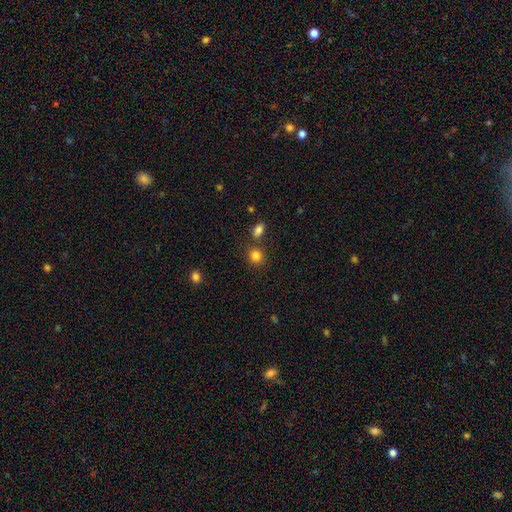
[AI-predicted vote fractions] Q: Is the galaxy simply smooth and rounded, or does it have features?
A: smooth — 84%.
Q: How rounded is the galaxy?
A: round — 77%.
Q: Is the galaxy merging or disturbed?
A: none — 73%.